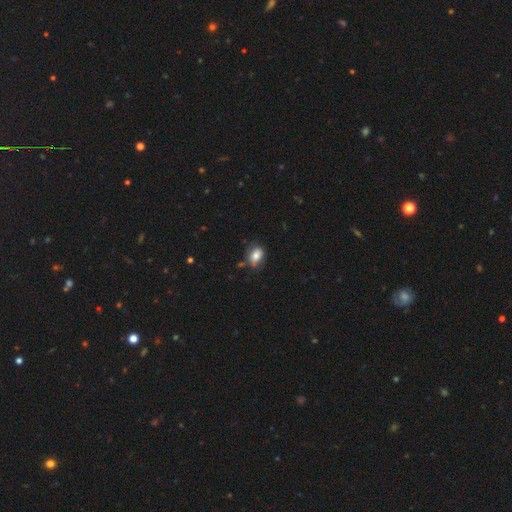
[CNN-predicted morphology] Smooth or featured?
  - smooth: 78% *
  - featured or disk: 13%
  - star or artifact: 9%
How rounded?
  - in between: 69% *
  - round: 30%
  - cigar-shaped: 2%
Merging?
  - none: 61% *
  - minor disturbance: 27%
  - major disturbance: 7%
  - merger: 5%